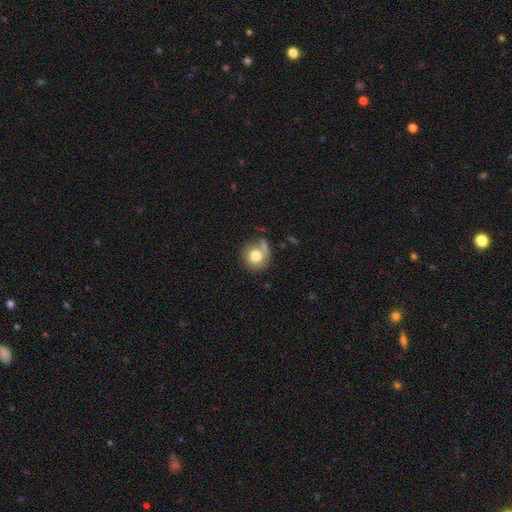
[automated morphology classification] Smooth or featured? Predicted: smooth (p=0.77). How rounded? Predicted: round (p=0.87). Merging? Predicted: none (p=0.57).